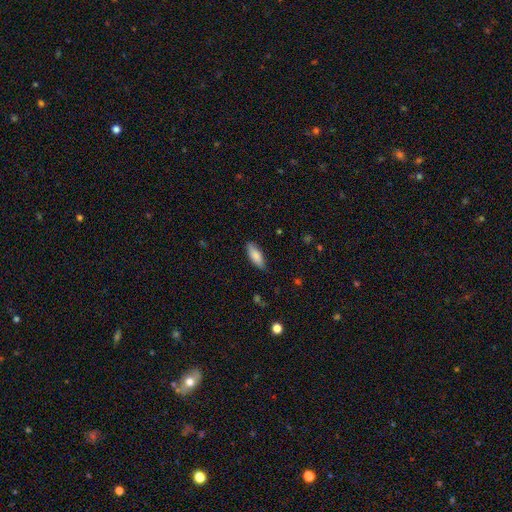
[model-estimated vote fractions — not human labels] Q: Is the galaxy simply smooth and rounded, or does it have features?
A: smooth — 84%.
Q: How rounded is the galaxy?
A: in between — 72%.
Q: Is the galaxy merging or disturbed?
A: none — 84%.